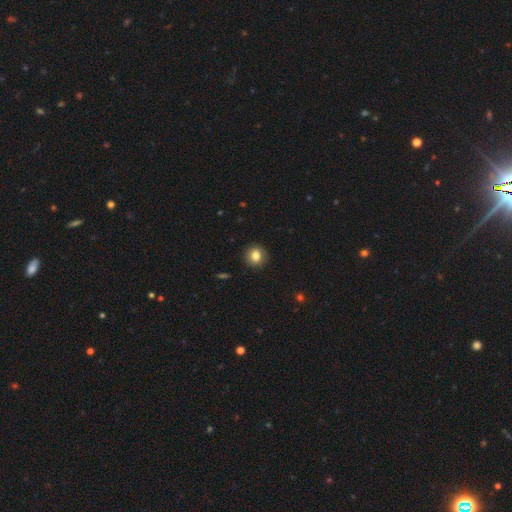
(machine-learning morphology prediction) The model was most divided on "how rounded": round: 84%, in between: 15%, cigar-shaped: 1%. More confident: merging — none (90%); smooth or featured — smooth (83%).